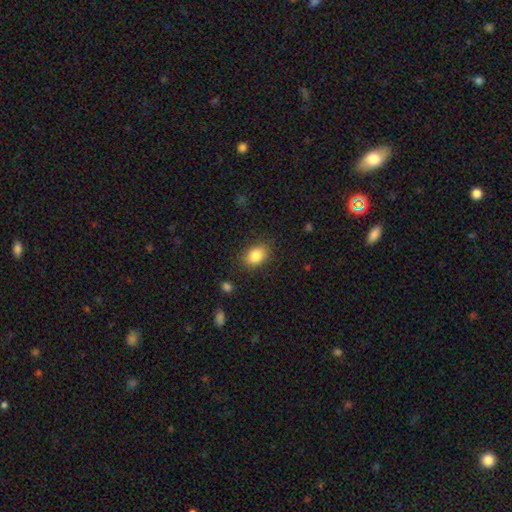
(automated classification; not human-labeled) A smooth galaxy with no disk features (84%) that is in between round and cigar-shaped (70%).

Vote fractions:
- Smooth or featured? smooth: 84% / star or artifact: 9% / featured or disk: 7%
- How rounded? in between: 70% / round: 29% / cigar-shaped: 1%
- Merging? none: 84% / minor disturbance: 12% / major disturbance: 3% / merger: 1%